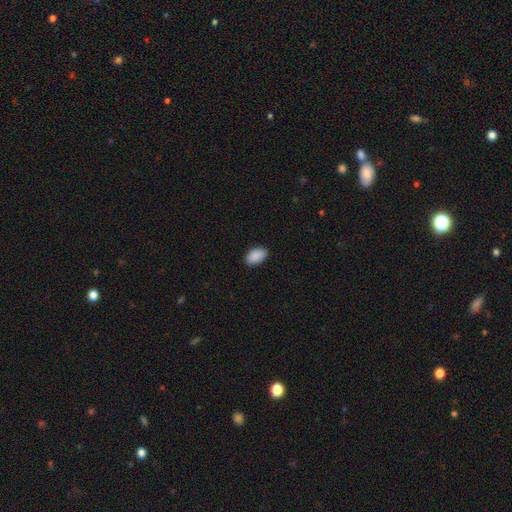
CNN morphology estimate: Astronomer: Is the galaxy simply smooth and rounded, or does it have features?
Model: smooth — 90%.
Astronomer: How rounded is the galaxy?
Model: in between — 93%.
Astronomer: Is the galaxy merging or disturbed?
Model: none — 87%.